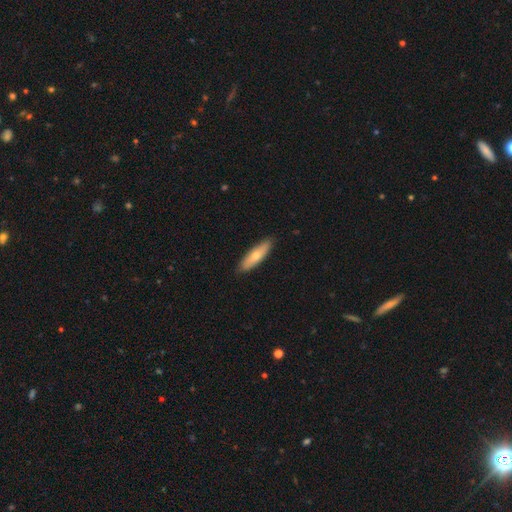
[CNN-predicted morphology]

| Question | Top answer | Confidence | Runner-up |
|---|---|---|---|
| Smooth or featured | smooth | 64% | featured or disk (30%) |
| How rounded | cigar-shaped | 61% | in between (37%) |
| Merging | none | 87% | minor disturbance (10%) |